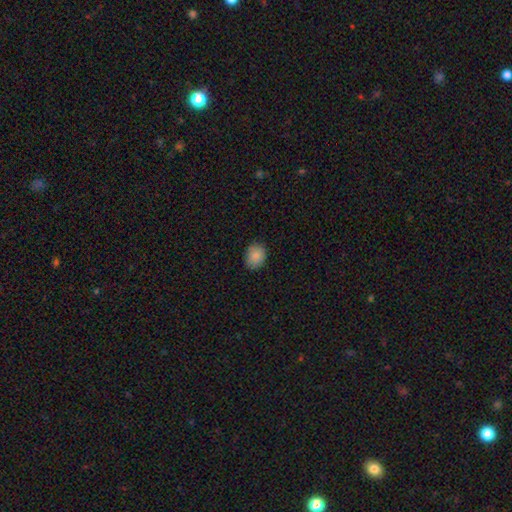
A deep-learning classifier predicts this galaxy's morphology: This appears to be a smooth galaxy with no disk features (88%) that is in between round and cigar-shaped (55%). Merging: none (85%).